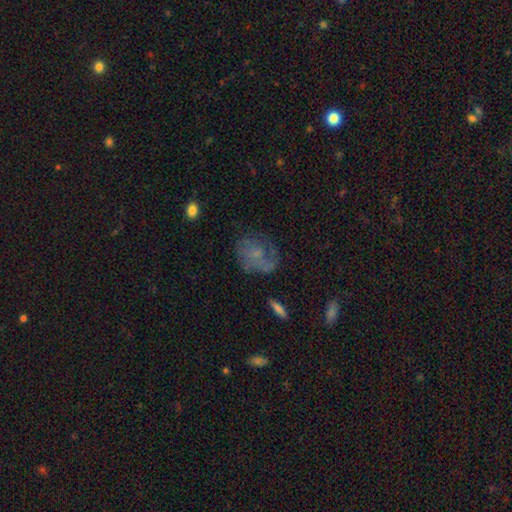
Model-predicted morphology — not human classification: smooth_or_featured: featured or disk (p=0.47) [alt: smooth p=0.41]
merging: none (p=0.52) [alt: minor disturbance p=0.24]